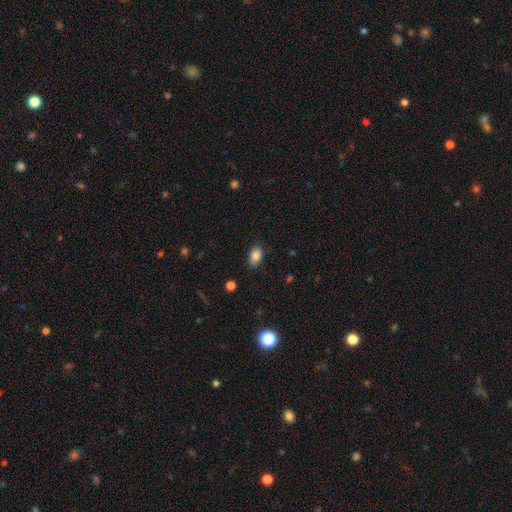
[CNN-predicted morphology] Smooth or featured?
  - smooth: 86% *
  - star or artifact: 9%
  - featured or disk: 5%
How rounded?
  - in between: 90% *
  - round: 8%
  - cigar-shaped: 2%
Merging?
  - none: 84% *
  - minor disturbance: 13%
  - major disturbance: 3%
  - merger: 1%